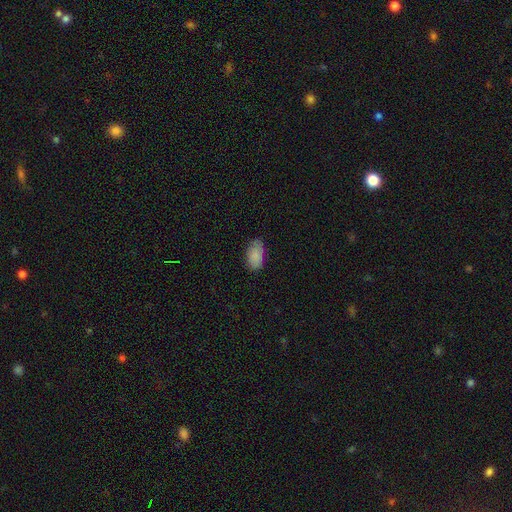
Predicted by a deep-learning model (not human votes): smooth_or_featured: smooth (p=0.86) [alt: star or artifact p=0.08]
how_rounded: in between (p=0.93) [alt: round p=0.05]
merging: none (p=0.71) [alt: minor disturbance p=0.23]